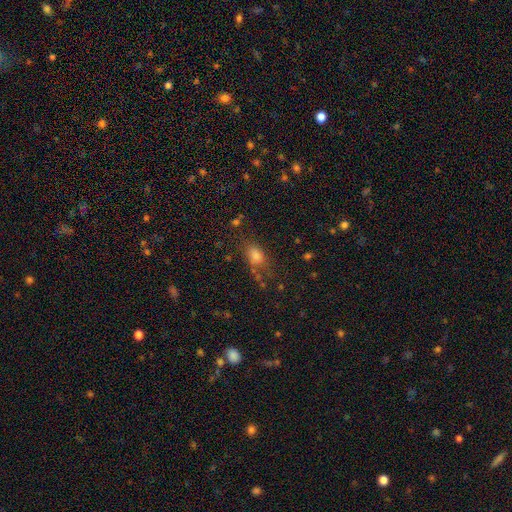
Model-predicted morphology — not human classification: This is likely a smooth galaxy (70%). How rounded: likely in between (68%). Merging: likely none (64%).